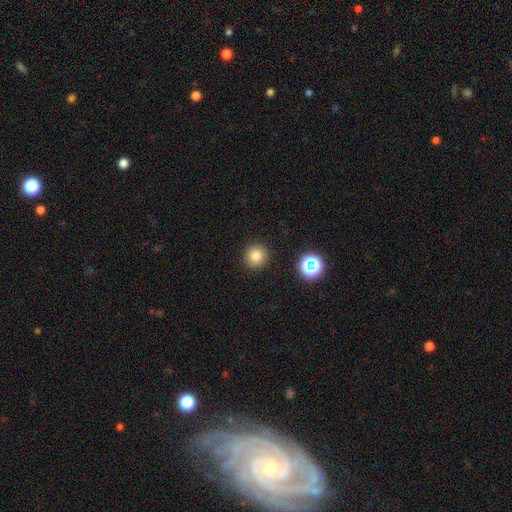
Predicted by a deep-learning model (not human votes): Q: Smooth or featured?
A: smooth (80%); runner-up: star or artifact (14%)
Q: How rounded?
A: round (93%); runner-up: in between (6%)
Q: Merging?
A: none (91%); runner-up: minor disturbance (6%)